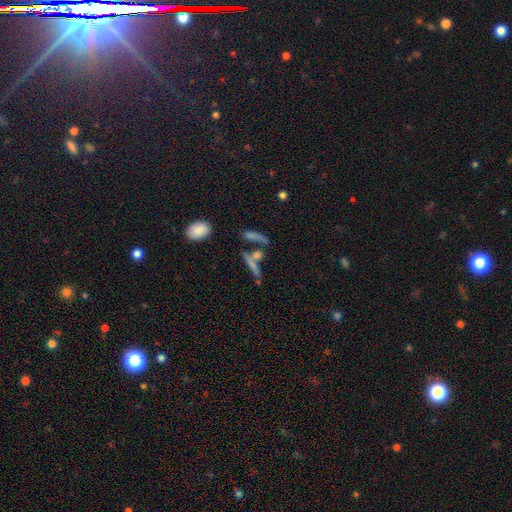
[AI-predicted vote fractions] smooth_or_featured: featured or disk (p=0.48) [alt: smooth p=0.33]
merging: none (p=0.54) [alt: merger p=0.27]